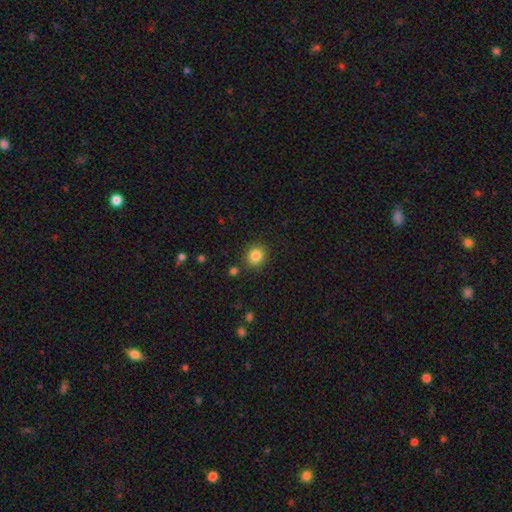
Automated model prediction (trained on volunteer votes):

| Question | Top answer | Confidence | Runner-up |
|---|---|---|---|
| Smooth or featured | smooth | 84% | star or artifact (11%) |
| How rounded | round | 79% | in between (20%) |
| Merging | none | 86% | minor disturbance (9%) |